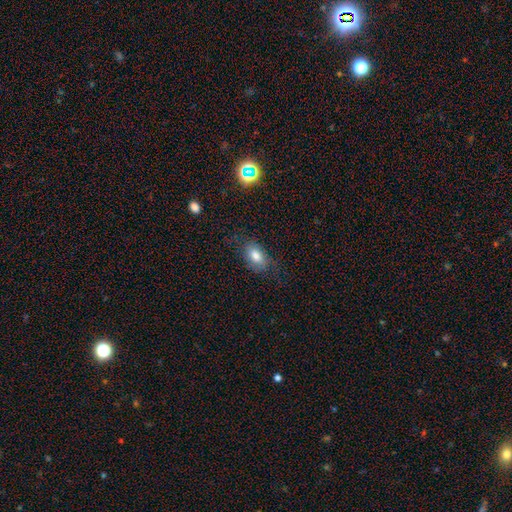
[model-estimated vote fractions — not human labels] Smooth or featured? smooth (79%)
How rounded? in between (89%)
Merging? none (73%)